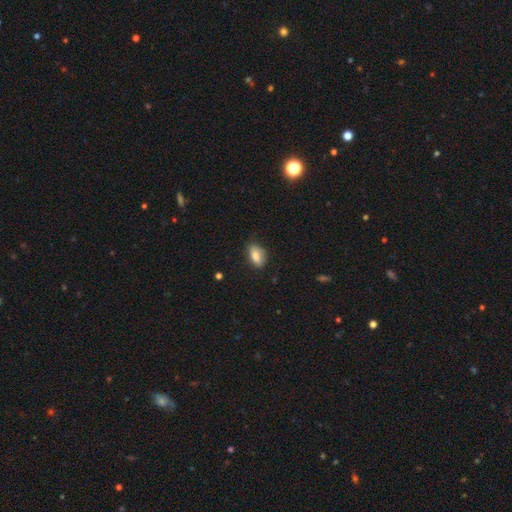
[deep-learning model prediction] Q: Smooth or featured?
A: smooth (83%); runner-up: featured or disk (9%)
Q: How rounded?
A: in between (88%); runner-up: round (6%)
Q: Merging?
A: none (73%); runner-up: minor disturbance (22%)